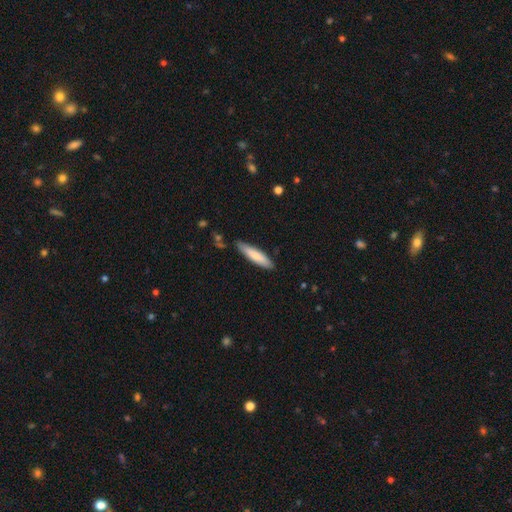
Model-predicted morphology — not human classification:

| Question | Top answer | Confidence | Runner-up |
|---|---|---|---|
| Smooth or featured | smooth | 74% | featured or disk (21%) |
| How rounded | cigar-shaped | 78% | in between (21%) |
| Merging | none | 84% | minor disturbance (12%) |